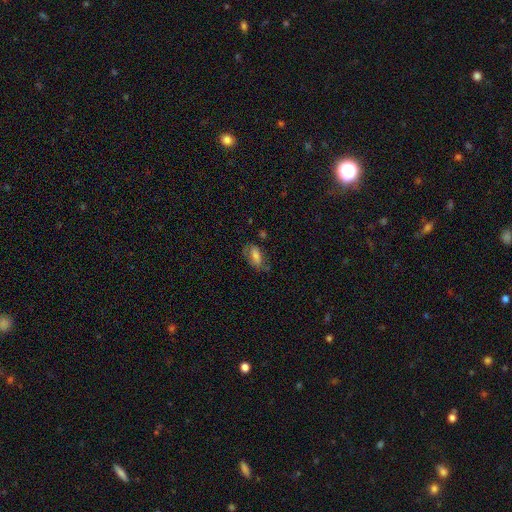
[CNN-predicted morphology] Smooth or featured? smooth (61%)
How rounded? in between (86%)
Merging? none (56%)